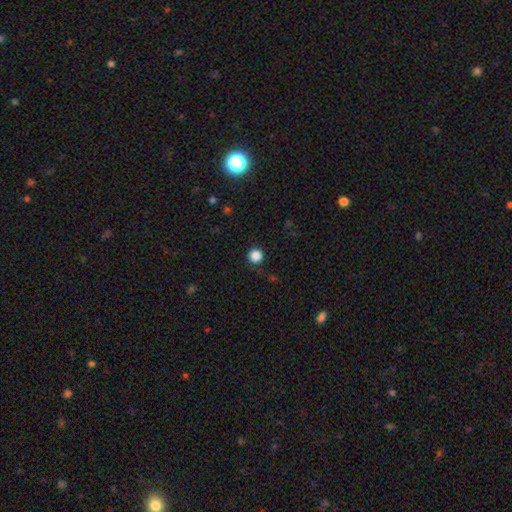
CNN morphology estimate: Smooth or featured? Predicted: smooth (p=0.86). How rounded? Predicted: round (p=0.95). Merging? Predicted: none (p=0.90).